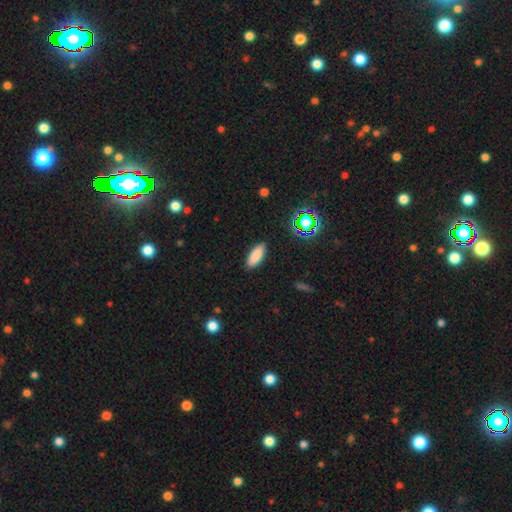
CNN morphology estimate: The model was most divided on "how rounded": in between: 78%, cigar-shaped: 19%, round: 2%. More confident: merging — none (88%); smooth or featured — smooth (85%).